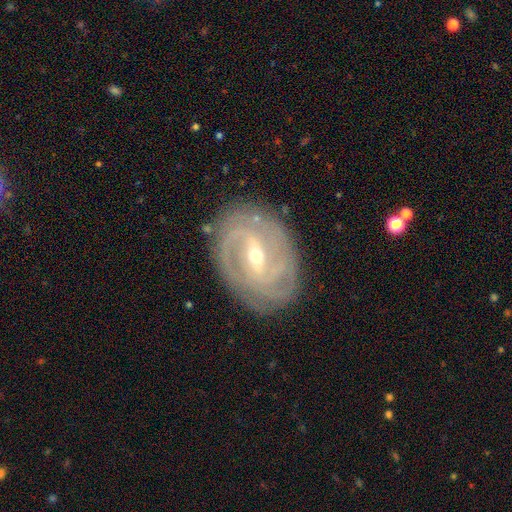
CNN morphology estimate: type=featured or disk (89%); edge-on=no (96%); bar=strong (43%, tied with weak); spiral arms=yes (96%); winding=tight (69%); arm count=2 (33%); bulge=small (53%); merging=none (82%).